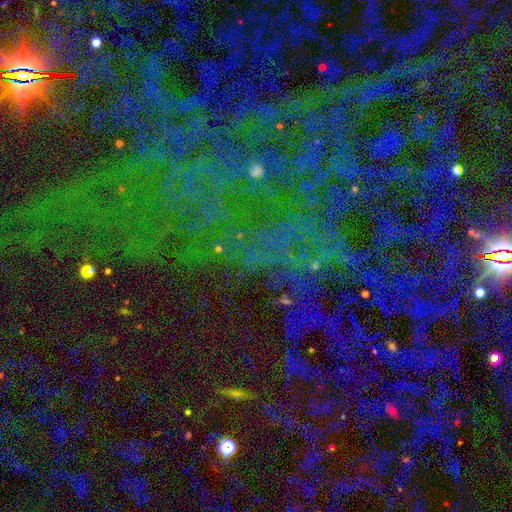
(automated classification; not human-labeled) star or artifact 82%, smooth 11%, featured or disk 8%.